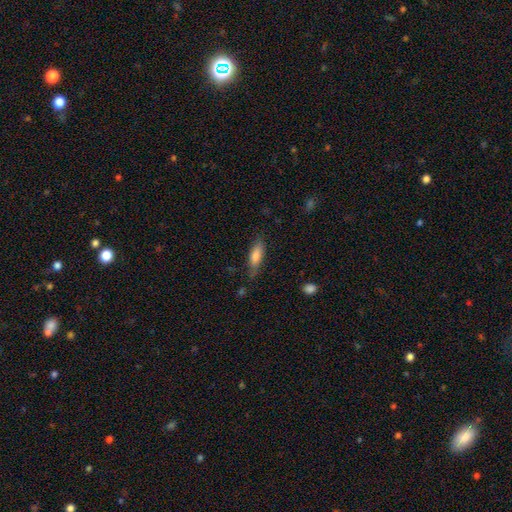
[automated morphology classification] Overall: smooth (77%). How rounded: in between (54%; cigar-shaped 44%). Merging: none (72%).